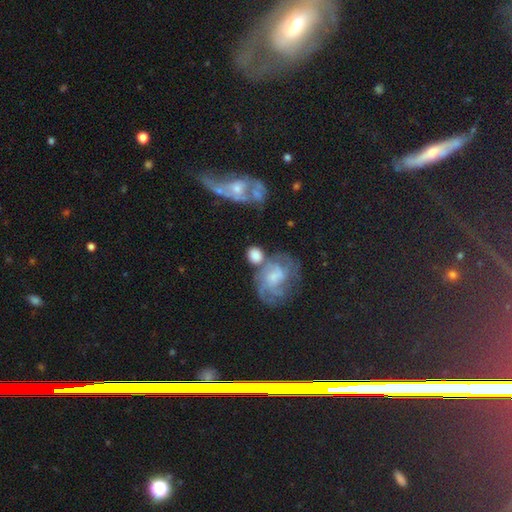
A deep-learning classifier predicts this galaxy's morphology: Smooth or featured?
  - smooth: 55% *
  - featured or disk: 37%
  - star or artifact: 8%
How rounded?
  - round: 65% *
  - in between: 34%
  - cigar-shaped: 2%
Merging?
  - none: 46% *
  - merger: 27%
  - minor disturbance: 16%
  - major disturbance: 11%